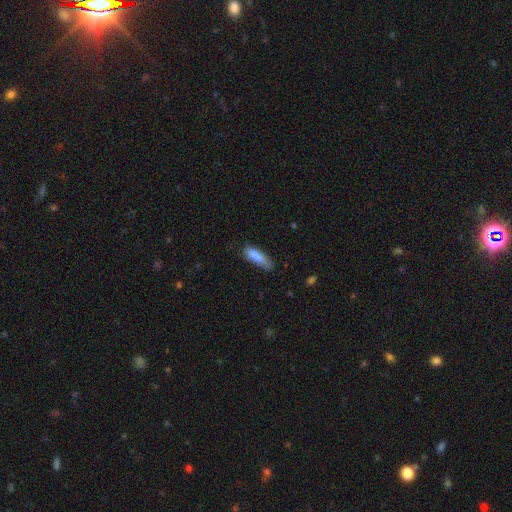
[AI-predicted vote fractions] A smooth galaxy with no disk features (83%) that is cigar-shaped (61%).

Vote fractions:
- Smooth or featured? smooth: 83% / featured or disk: 10% / star or artifact: 7%
- How rounded? cigar-shaped: 61% / in between: 37% / round: 1%
- Merging? none: 58% / minor disturbance: 31% / major disturbance: 8% / merger: 3%